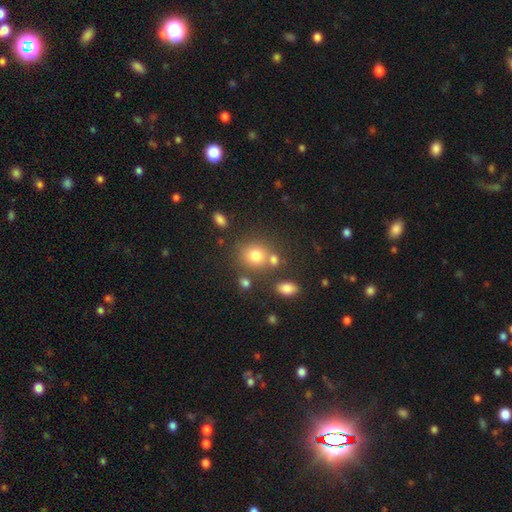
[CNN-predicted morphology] smooth_or_featured: smooth (p=0.76) [alt: star or artifact p=0.14]
how_rounded: round (p=0.77) [alt: in between p=0.22]
merging: none (p=0.64) [alt: merger p=0.20]